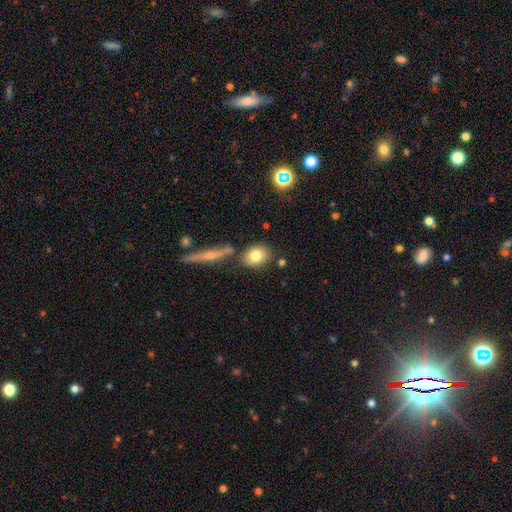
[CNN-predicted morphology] smooth-or-featured: smooth: 77% | featured or disk: 14% | star or artifact: 9%
  how-rounded: in between: 51% | round: 46% | cigar-shaped: 3%
  merging: none: 74% | minor disturbance: 12% | merger: 11% | major disturbance: 3%